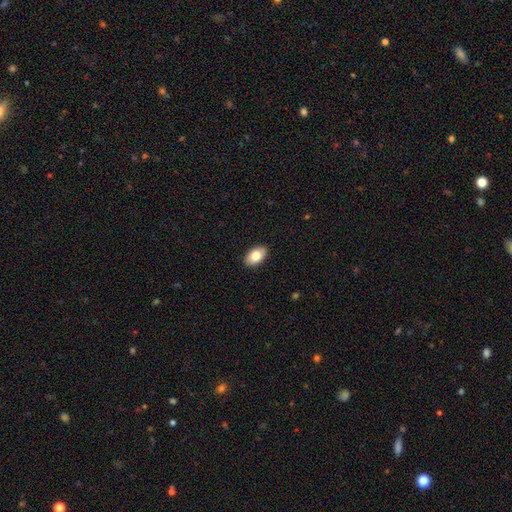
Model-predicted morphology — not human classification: This is clearly a smooth galaxy (81%). How rounded: clearly in between (93%). Merging: clearly none (90%).